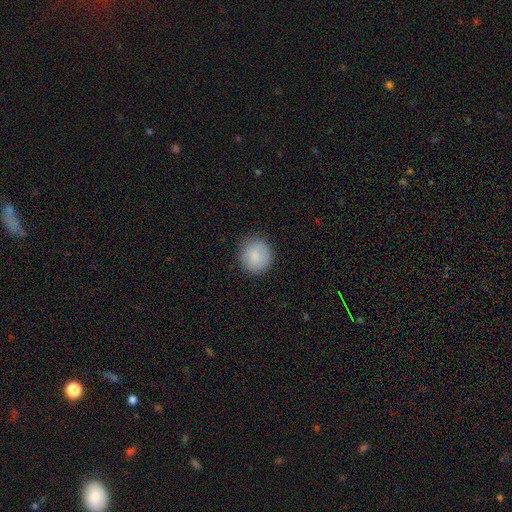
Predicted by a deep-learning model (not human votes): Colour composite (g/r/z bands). It shows a smooth galaxy with no disk features (86%) that is round (91%). Merging: none (85%).